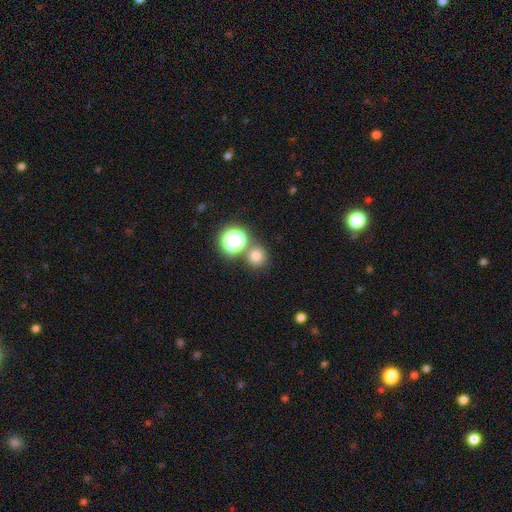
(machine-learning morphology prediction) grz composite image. It shows a smooth galaxy with no disk features (73%) that is round (91%). Merging: none (74%).